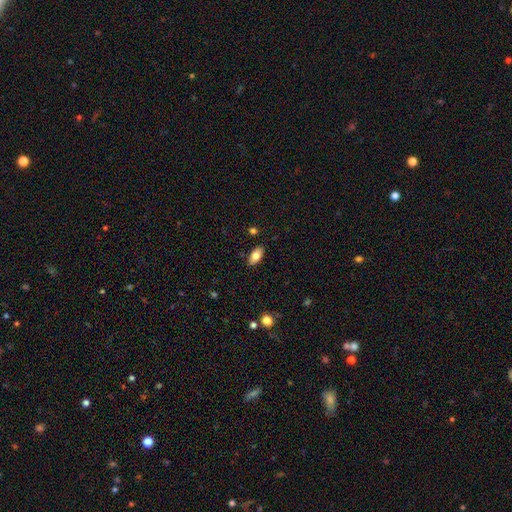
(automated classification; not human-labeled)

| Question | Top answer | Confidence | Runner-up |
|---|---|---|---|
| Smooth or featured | smooth | 79% | featured or disk (14%) |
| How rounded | in between | 91% | cigar-shaped (6%) |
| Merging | none | 87% | minor disturbance (10%) |